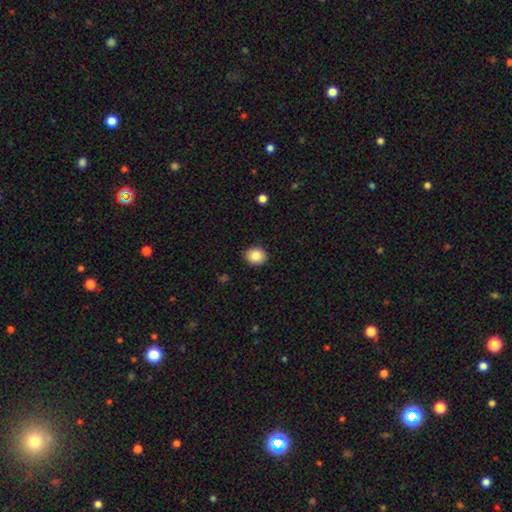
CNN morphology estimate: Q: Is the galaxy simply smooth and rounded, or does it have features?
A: smooth — 85%.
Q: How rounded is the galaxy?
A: round — 72%.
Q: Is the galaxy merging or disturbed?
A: none — 90%.